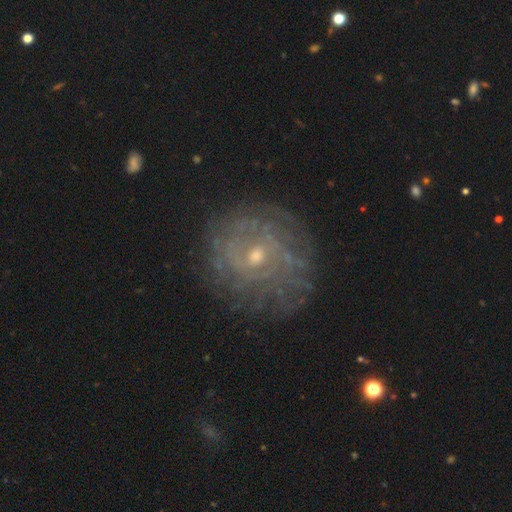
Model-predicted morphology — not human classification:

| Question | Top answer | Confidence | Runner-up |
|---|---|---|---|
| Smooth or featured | featured or disk | 75% | smooth (15%) |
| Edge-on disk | no | 97% | yes (3%) |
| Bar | no | 67% | weak (28%) |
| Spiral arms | yes | 72% | no (28%) |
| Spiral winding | tight | 70% | medium (20%) |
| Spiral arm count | can't tell | 62% | 2 (10%) |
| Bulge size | small | 54% | moderate (42%) |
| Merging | none | 73% | minor disturbance (15%) |